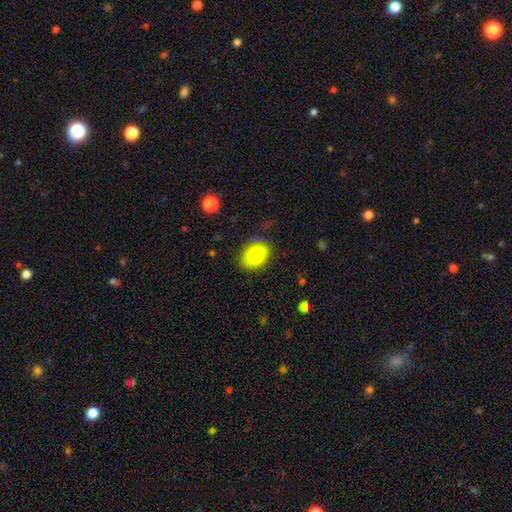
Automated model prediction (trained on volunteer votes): Morphology: type=smooth (84%); roundness=in between (69%); merging=none (71%).